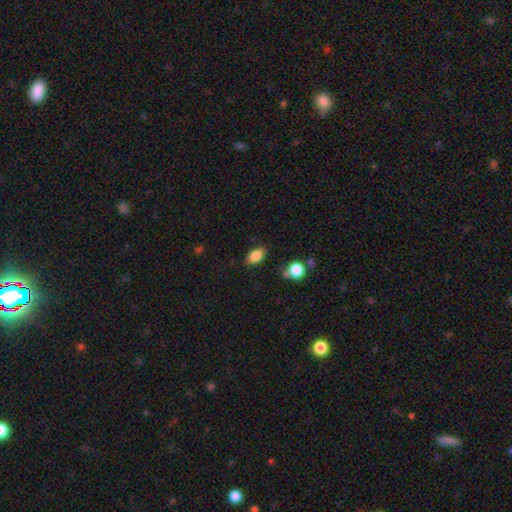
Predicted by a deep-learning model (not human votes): Smooth or featured? smooth (85%)
How rounded? in between (88%)
Merging? none (81%)